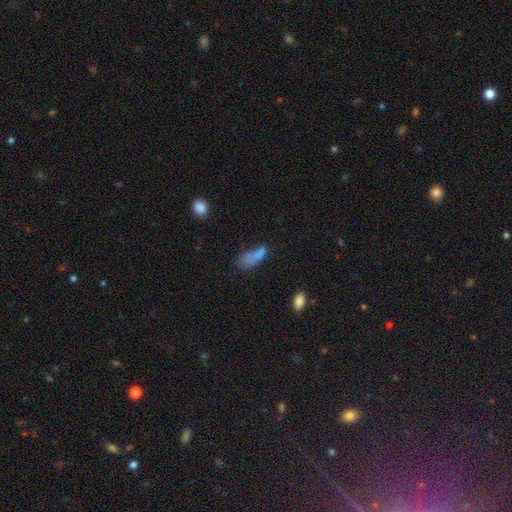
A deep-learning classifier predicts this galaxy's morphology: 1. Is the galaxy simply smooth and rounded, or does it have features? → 67% smooth, 21% featured or disk, 12% star or artifact.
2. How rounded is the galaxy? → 75% in between, 20% cigar-shaped, 5% round.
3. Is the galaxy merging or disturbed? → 32% none, 24% major disturbance, 23% minor disturbance, 21% merger.